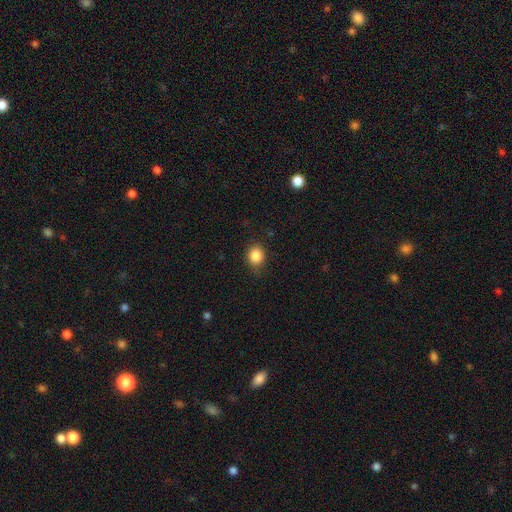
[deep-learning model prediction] Smooth or featured: smooth — 86% (star or artifact — 10%)
How rounded: round — 74% (in between — 25%)
Merging: none — 82% (minor disturbance — 14%)